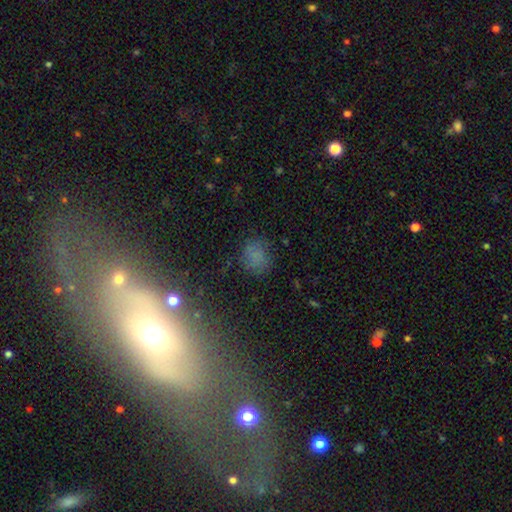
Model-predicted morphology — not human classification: A smooth galaxy with no disk features (66%) that is round (63%).

Vote fractions:
- Smooth or featured? smooth: 66% / star or artifact: 24% / featured or disk: 10%
- How rounded? round: 63% / in between: 35% / cigar-shaped: 1%
- Merging? none: 74% / minor disturbance: 16% / major disturbance: 7% / merger: 2%